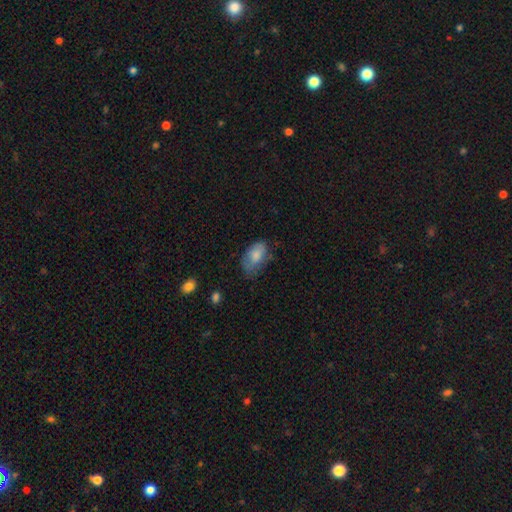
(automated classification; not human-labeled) This is likely a smooth galaxy (75%). How rounded: clearly in between (92%). Merging: possibly none (52%).